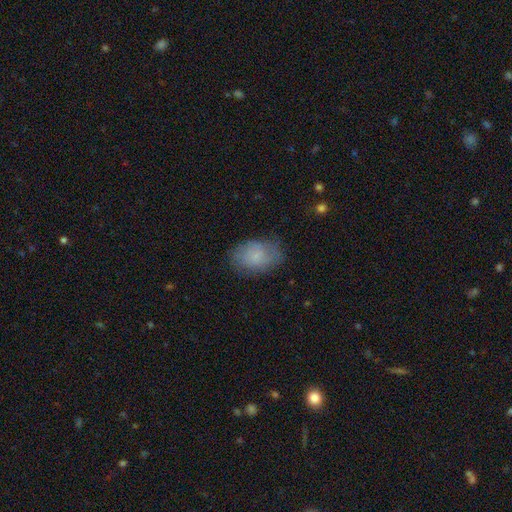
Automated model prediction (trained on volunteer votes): Smooth or featured? Predicted: smooth (p=0.68). How rounded? Predicted: in between (p=0.81). Merging? Predicted: none (p=0.73).